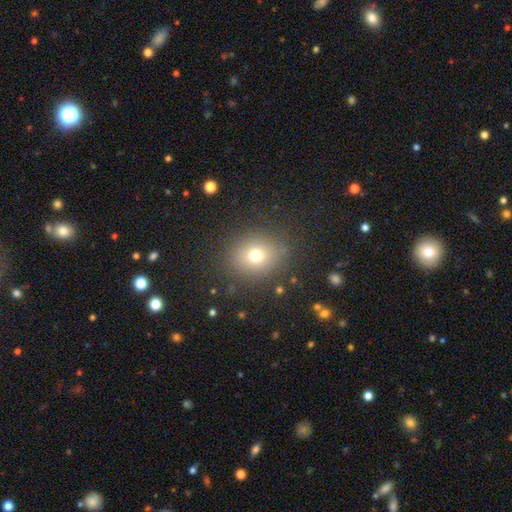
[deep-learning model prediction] This is likely a smooth galaxy (71%). How rounded: likely round (72%). Merging: clearly none (85%).